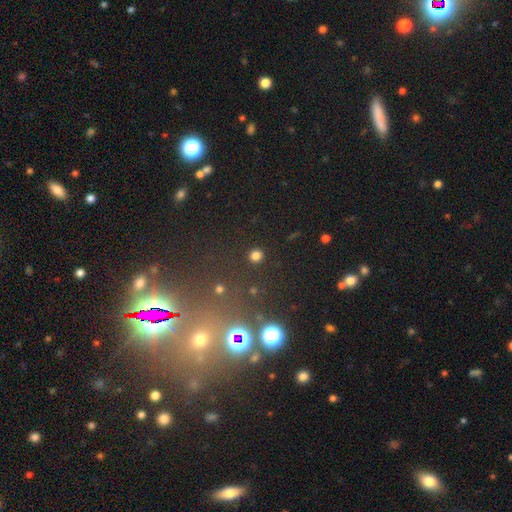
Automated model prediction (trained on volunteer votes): Smooth or featured?
  - smooth: 78% *
  - star or artifact: 18%
  - featured or disk: 4%
How rounded?
  - round: 91% *
  - in between: 8%
  - cigar-shaped: 1%
Merging?
  - none: 91% *
  - minor disturbance: 5%
  - major disturbance: 2%
  - merger: 2%